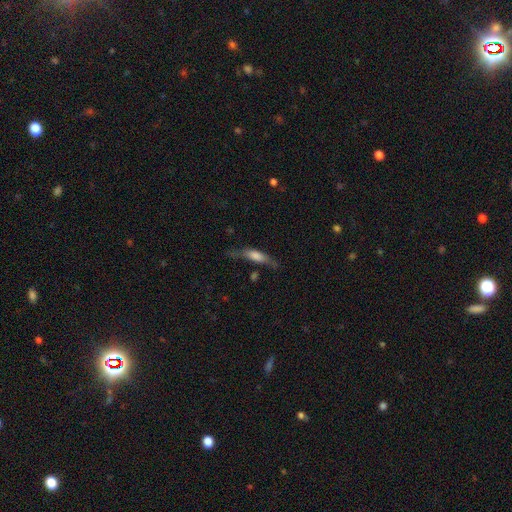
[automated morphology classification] Overall: smooth (55%; featured or disk 36%). How rounded: cigar-shaped (62%; in between 35%). Merging: none (48%; minor disturbance 29%).